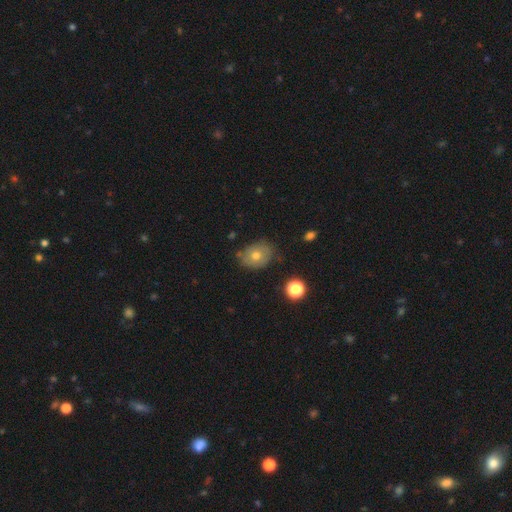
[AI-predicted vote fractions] smooth_or_featured: smooth (p=0.65) [alt: featured or disk p=0.23]
how_rounded: in between (p=0.56) [alt: round p=0.43]
merging: none (p=0.70) [alt: minor disturbance p=0.22]